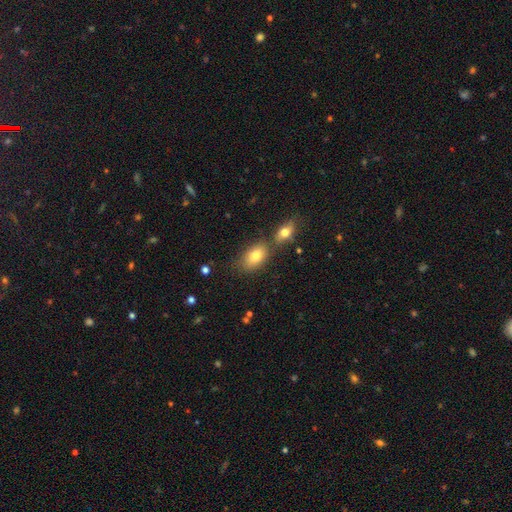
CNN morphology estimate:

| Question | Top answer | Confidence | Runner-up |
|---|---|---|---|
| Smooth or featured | smooth | 79% | featured or disk (12%) |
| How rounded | in between | 88% | round (10%) |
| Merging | none | 58% | merger (26%) |